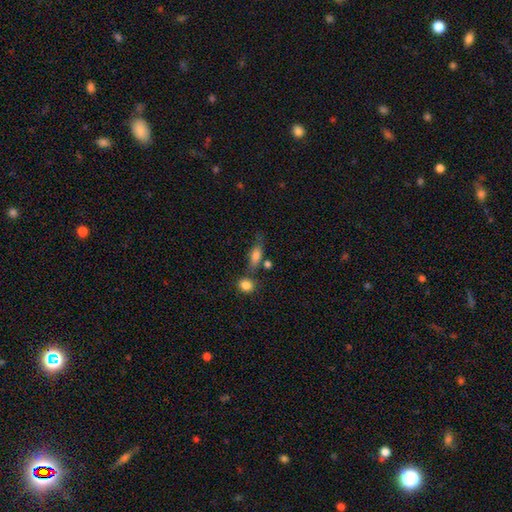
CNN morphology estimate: Q: Smooth or featured?
A: smooth (75%); runner-up: featured or disk (16%)
Q: How rounded?
A: in between (70%); runner-up: cigar-shaped (22%)
Q: Merging?
A: none (56%); runner-up: minor disturbance (20%)